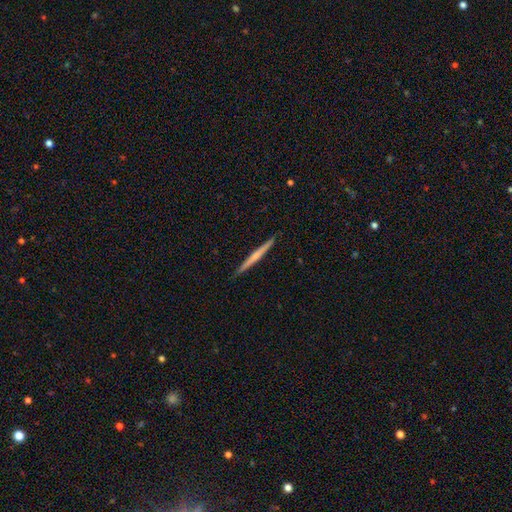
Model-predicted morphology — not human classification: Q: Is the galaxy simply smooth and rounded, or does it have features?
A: featured or disk — 48%.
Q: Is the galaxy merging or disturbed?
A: none — 92%.